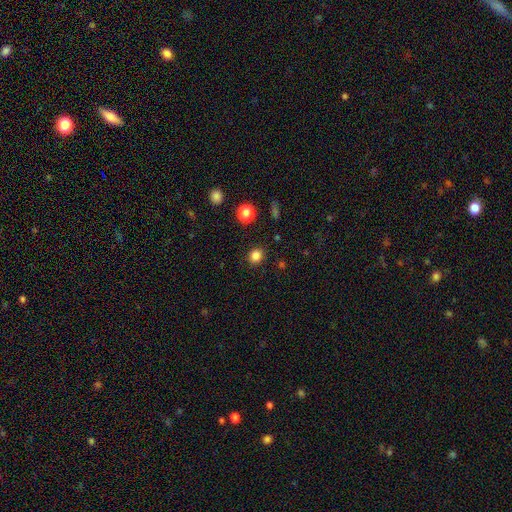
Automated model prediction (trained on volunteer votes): Q: Smooth or featured?
A: smooth (83%); runner-up: star or artifact (13%)
Q: How rounded?
A: round (71%); runner-up: in between (28%)
Q: Merging?
A: none (89%); runner-up: minor disturbance (7%)